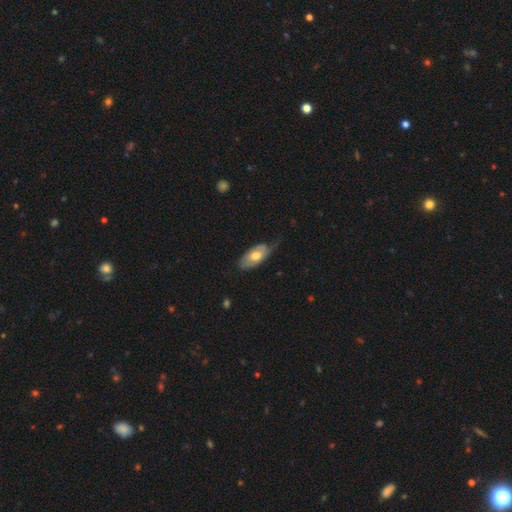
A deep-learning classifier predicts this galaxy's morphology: Smooth or featured: smooth — 53% (featured or disk — 42%)
How rounded: in between — 90% (cigar-shaped — 7%)
Merging: none — 44% (minor disturbance — 38%)